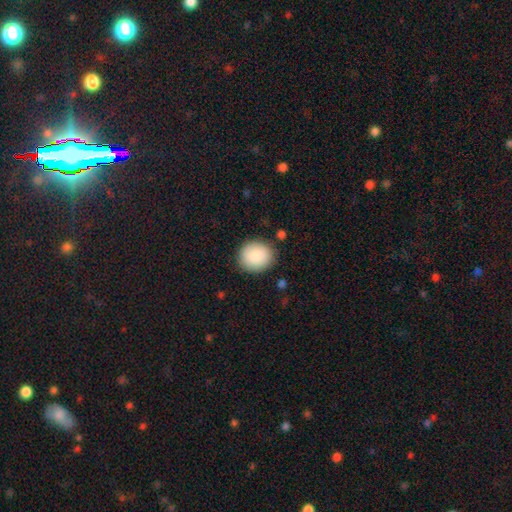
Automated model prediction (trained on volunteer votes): Smooth or featured: smooth — 88% (star or artifact — 7%)
How rounded: round — 78% (in between — 21%)
Merging: none — 87% (minor disturbance — 9%)